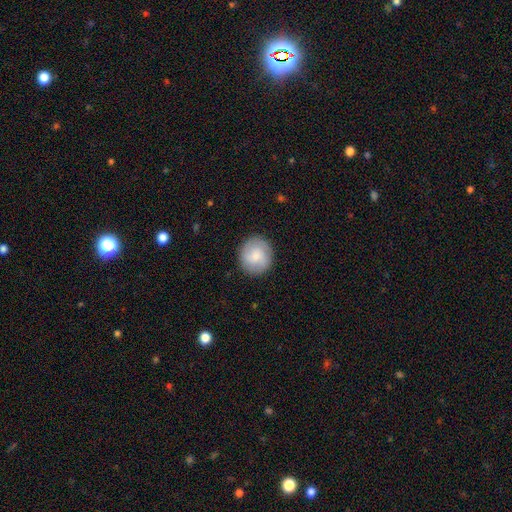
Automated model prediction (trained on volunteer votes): The model was most divided on "smooth or featured": smooth: 64%, featured or disk: 30%, star or artifact: 7%. More confident: how rounded — round (89%); merging — none (88%).